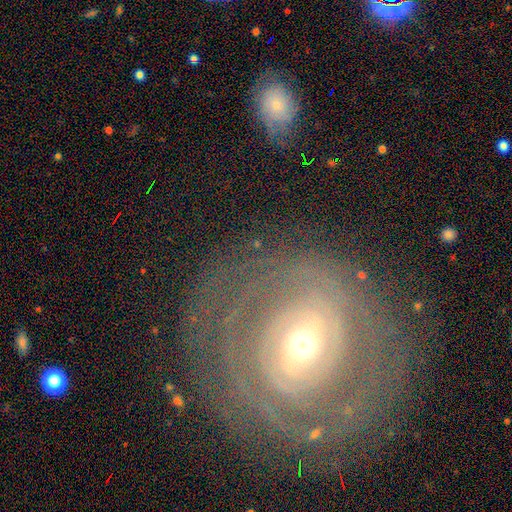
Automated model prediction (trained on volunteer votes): Smooth or featured? Predicted: featured or disk (p=0.80). Edge-on disk? Predicted: no (p=0.96). Bar? Predicted: weak (p=0.40). Spiral arms? Predicted: yes (p=0.82). Spiral winding? Predicted: tight (p=0.78). Spiral arm count? Predicted: can't tell (p=0.45). Bulge size? Predicted: moderate (p=0.59). Merging? Predicted: none (p=0.75).